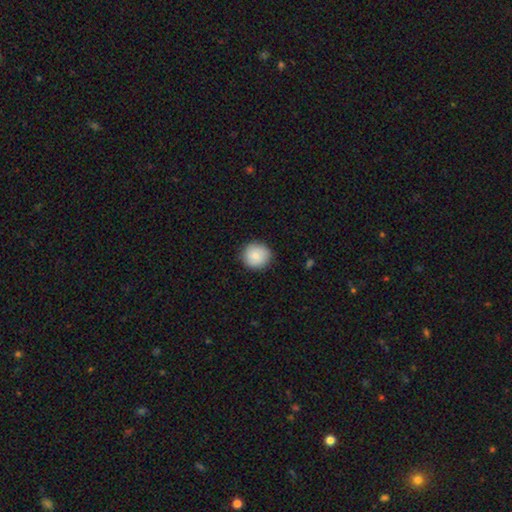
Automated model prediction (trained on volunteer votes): smooth 84%, featured or disk 8%, star or artifact 7%. Down the decision tree: how rounded — round (93%); merging — none (88%).